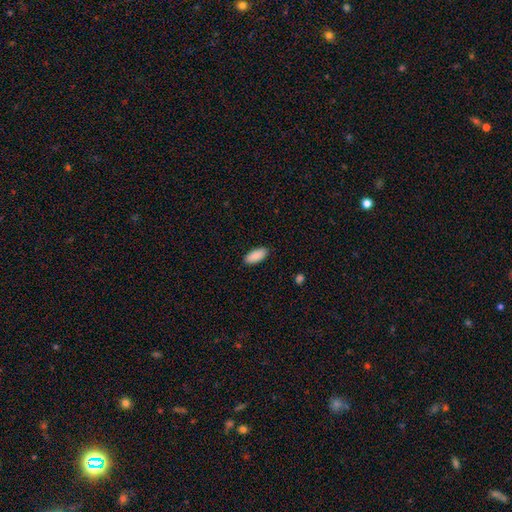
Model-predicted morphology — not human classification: A smooth galaxy with no disk features (90%) that is in between round and cigar-shaped (89%).

Vote fractions:
- Smooth or featured? smooth: 90% / star or artifact: 6% / featured or disk: 4%
- How rounded? in between: 89% / cigar-shaped: 9% / round: 2%
- Merging? none: 89% / minor disturbance: 8% / major disturbance: 2% / merger: 1%